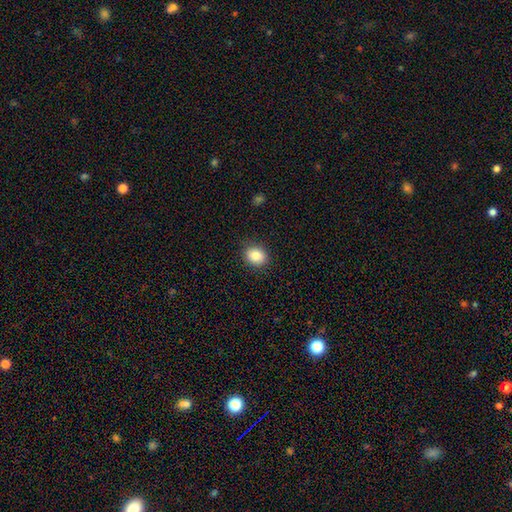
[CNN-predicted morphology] Smooth or featured?
  - smooth: 85% *
  - star or artifact: 9%
  - featured or disk: 7%
How rounded?
  - round: 54% *
  - in between: 45%
  - cigar-shaped: 1%
Merging?
  - none: 87% *
  - minor disturbance: 10%
  - major disturbance: 2%
  - merger: 1%